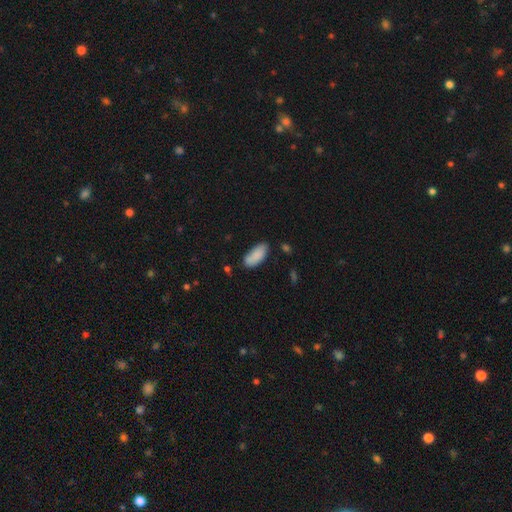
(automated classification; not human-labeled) Smooth or featured?
  - smooth: 87% *
  - featured or disk: 7%
  - star or artifact: 6%
How rounded?
  - in between: 86% *
  - cigar-shaped: 13%
  - round: 2%
Merging?
  - none: 69% *
  - minor disturbance: 22%
  - merger: 4%
  - major disturbance: 4%